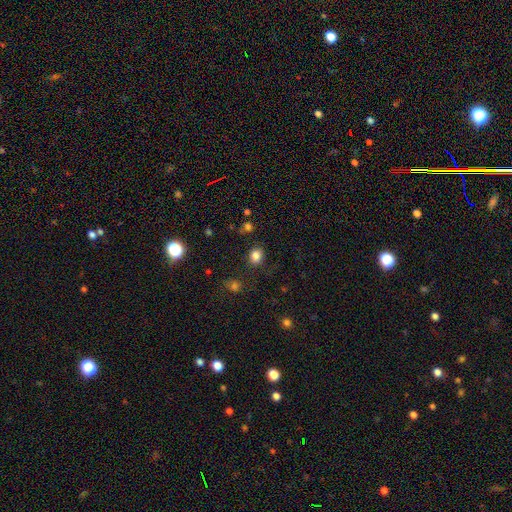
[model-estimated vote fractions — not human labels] A smooth galaxy with no disk features (83%) that is round (66%). Merging: none (83%).